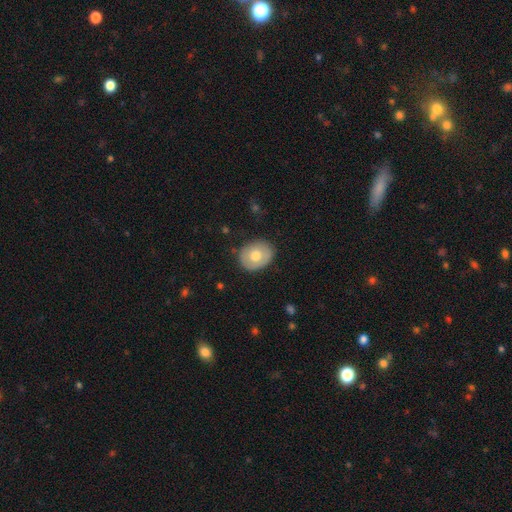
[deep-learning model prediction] Smooth or featured: smooth — 66% (featured or disk — 27%)
How rounded: round — 53% (in between — 47%)
Merging: none — 83% (minor disturbance — 12%)